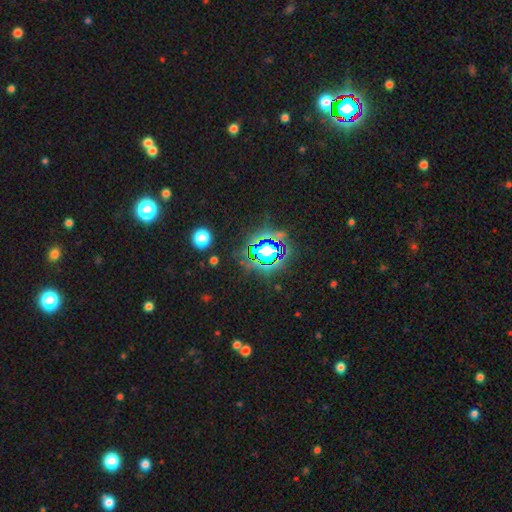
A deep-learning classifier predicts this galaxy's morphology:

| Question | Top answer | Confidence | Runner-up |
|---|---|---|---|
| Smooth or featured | star or artifact | 83% | smooth (10%) |